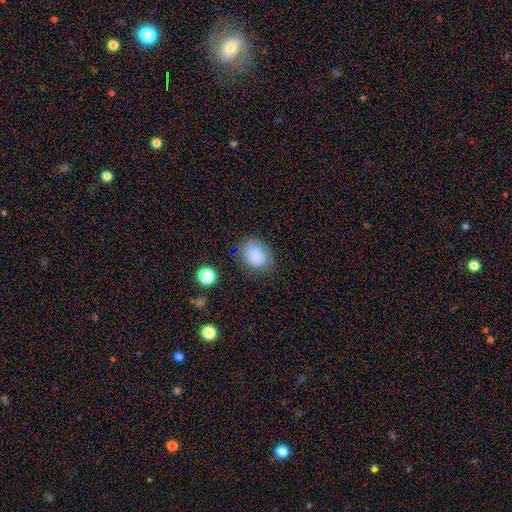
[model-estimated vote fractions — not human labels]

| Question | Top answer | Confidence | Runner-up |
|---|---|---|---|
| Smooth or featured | smooth | 83% | star or artifact (10%) |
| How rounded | in between | 58% | round (41%) |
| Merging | none | 70% | minor disturbance (21%) |